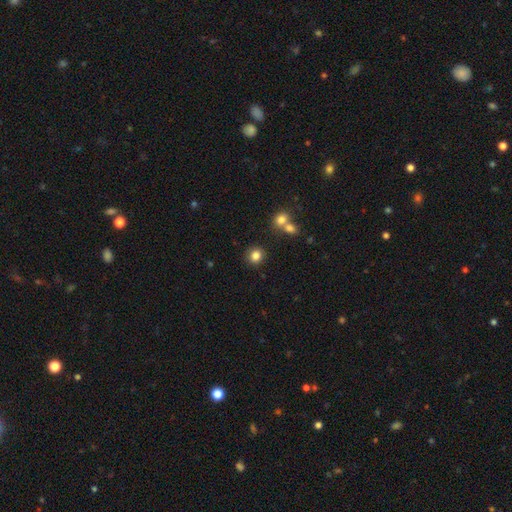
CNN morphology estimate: This is clearly a smooth galaxy (84%). How rounded: clearly round (83%). Merging: clearly none (85%).